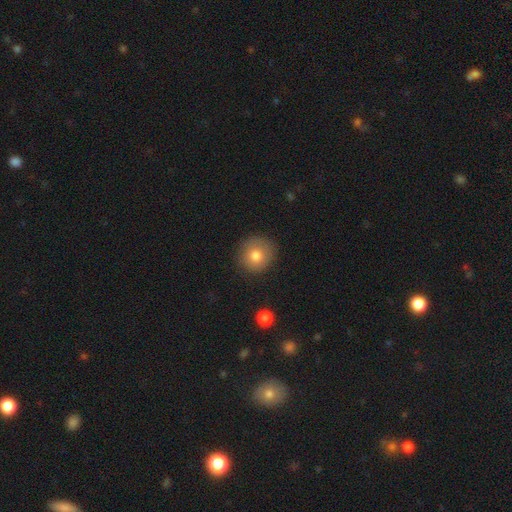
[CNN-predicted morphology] A smooth galaxy with no disk features (78%) that is round (89%).

Vote fractions:
- Smooth or featured? smooth: 78% / featured or disk: 12% / star or artifact: 10%
- How rounded? round: 89% / in between: 10% / cigar-shaped: 1%
- Merging? none: 85% / minor disturbance: 11% / major disturbance: 3% / merger: 2%